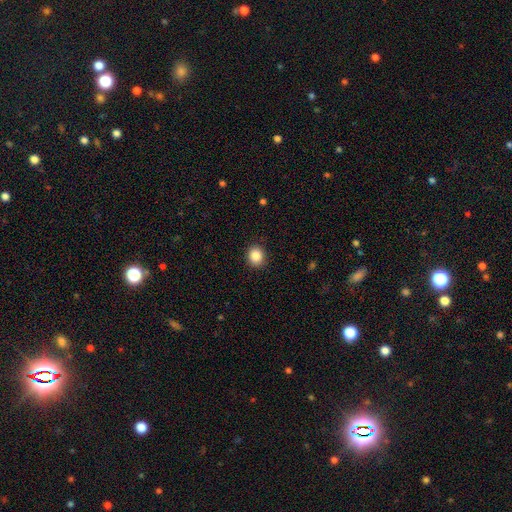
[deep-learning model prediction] This is clearly a smooth galaxy (87%). How rounded: likely round (78%). Merging: clearly none (90%).